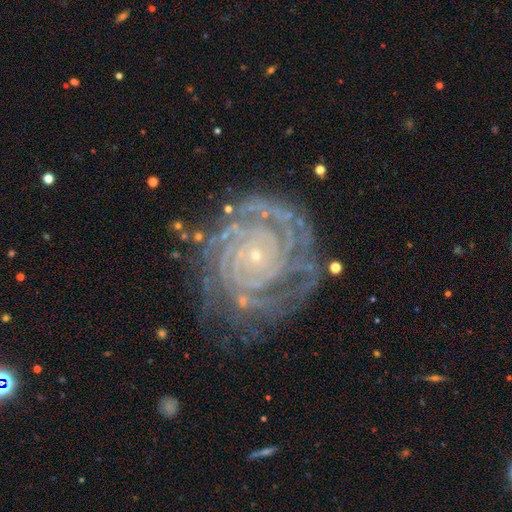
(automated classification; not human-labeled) This appears to be a featured or disk galaxy (90%) with no bar (80%), 4 (23%) tight (86%) spiral arms (98%) and a small central bulge (89%). Merging: none (72%).